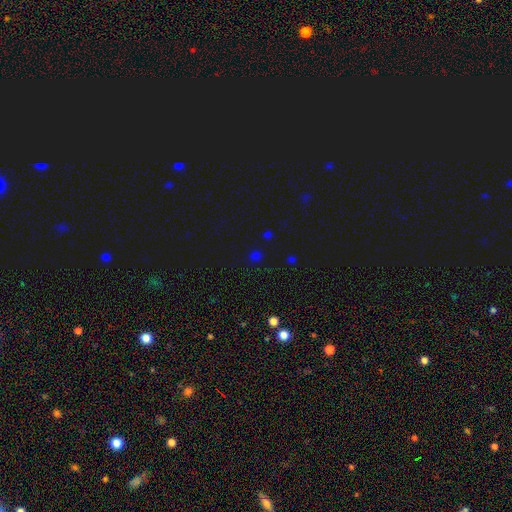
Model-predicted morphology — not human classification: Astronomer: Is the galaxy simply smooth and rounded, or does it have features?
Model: smooth — 56% (runner-up: star or artifact, 39%).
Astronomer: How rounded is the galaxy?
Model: round — 82%.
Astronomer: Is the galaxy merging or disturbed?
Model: none — 83%.